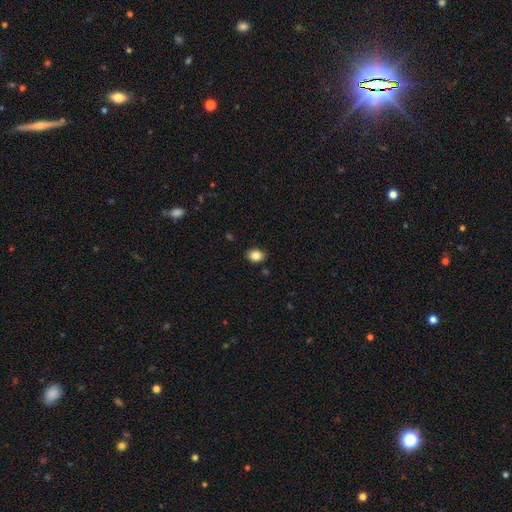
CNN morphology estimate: This appears to be a smooth galaxy with no disk features (85%) that is in between round and cigar-shaped (70%). Merging: none (85%).